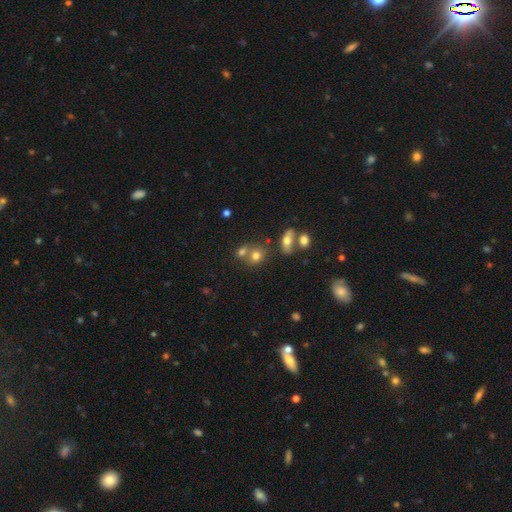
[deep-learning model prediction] Overall: smooth (72%). How rounded: round (62%; in between 36%). Merging: none (44%; merger 41%).